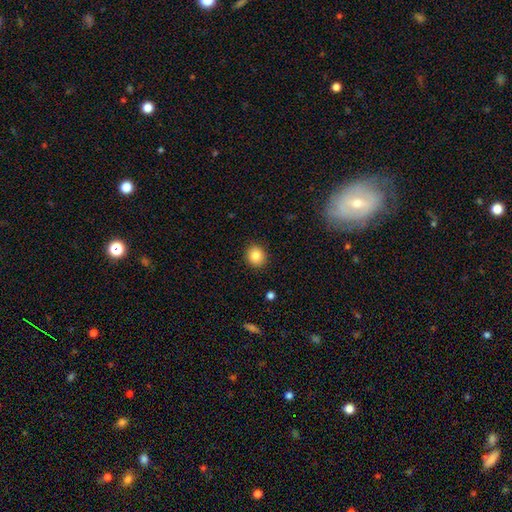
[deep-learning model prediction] Smooth or featured? Predicted: smooth (p=0.85). How rounded? Predicted: round (p=0.80). Merging? Predicted: none (p=0.90).